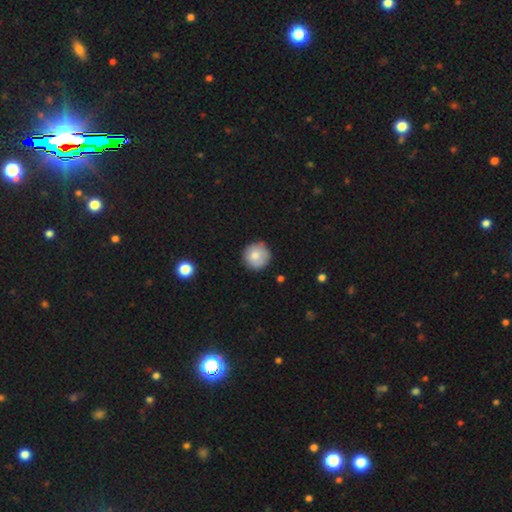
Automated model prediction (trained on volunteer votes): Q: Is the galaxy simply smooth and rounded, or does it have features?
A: smooth — 78%.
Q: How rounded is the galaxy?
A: round — 94%.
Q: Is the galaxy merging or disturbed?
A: none — 82%.